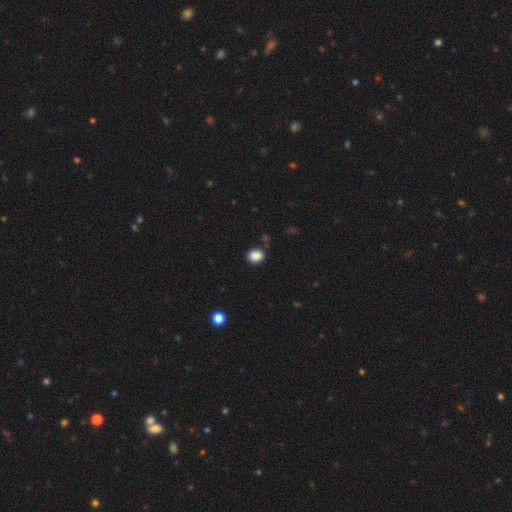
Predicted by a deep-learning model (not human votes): This is clearly a smooth galaxy (87%). How rounded: likely round (64%). Merging: clearly none (81%).